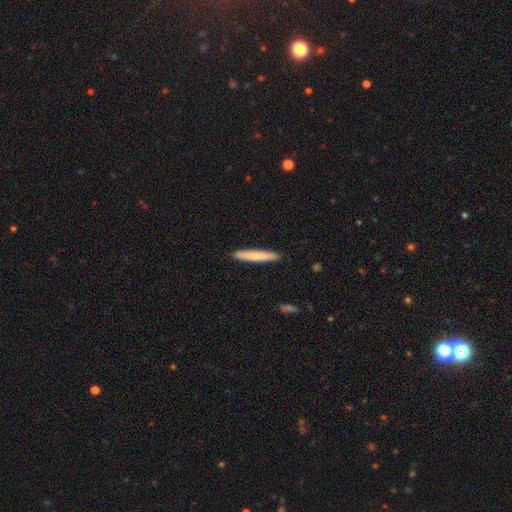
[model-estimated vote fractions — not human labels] A smooth galaxy with no disk features (75%) that is cigar-shaped (94%). Merging: none (91%).